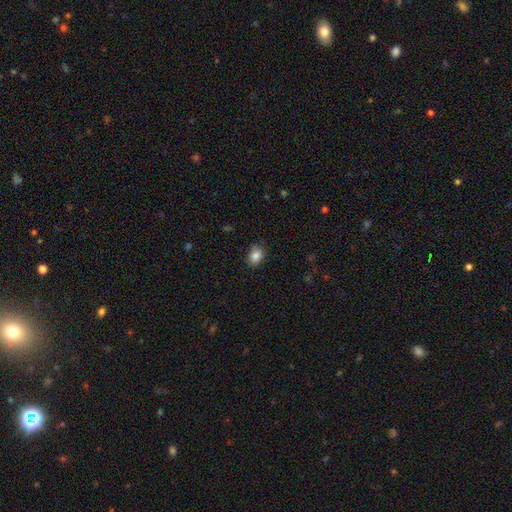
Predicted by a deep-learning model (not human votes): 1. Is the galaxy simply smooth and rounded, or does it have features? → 86% smooth, 9% star or artifact, 5% featured or disk.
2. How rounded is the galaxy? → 72% in between, 27% round, 1% cigar-shaped.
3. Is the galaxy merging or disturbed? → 86% none, 10% minor disturbance, 2% major disturbance, 1% merger.